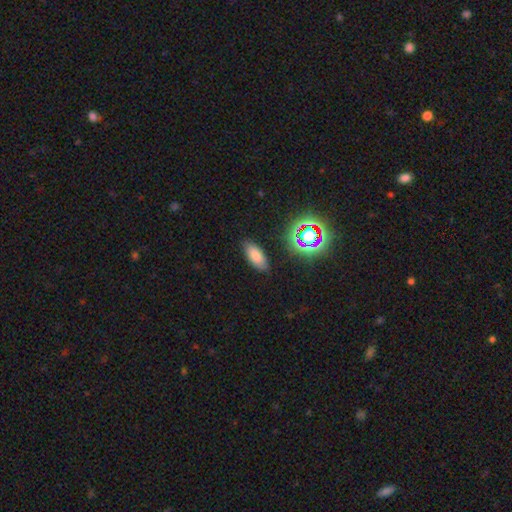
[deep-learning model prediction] Morphology: type=smooth (74%); roundness=in between (86%); merging=none (85%).